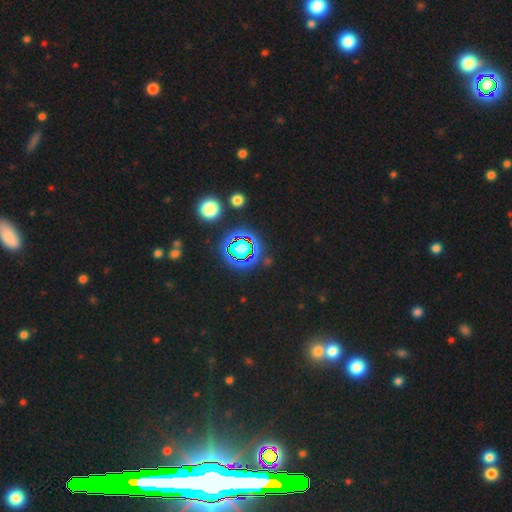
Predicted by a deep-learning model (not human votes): This appears to be a star or artifact, not a galaxy (80%).